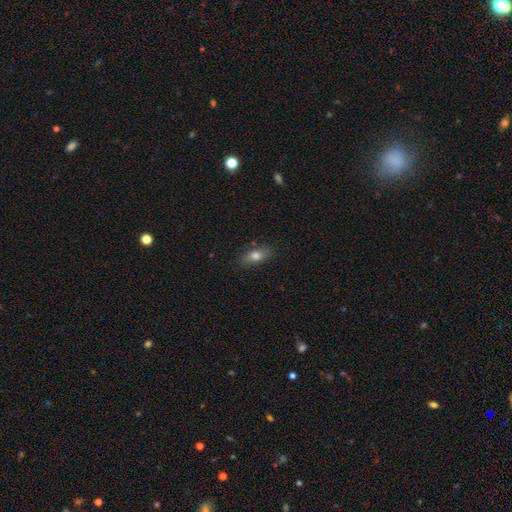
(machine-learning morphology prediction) The model was most divided on "smooth or featured": smooth: 77%, featured or disk: 14%, star or artifact: 8%. More confident: merging — none (83%); how rounded — in between (79%).